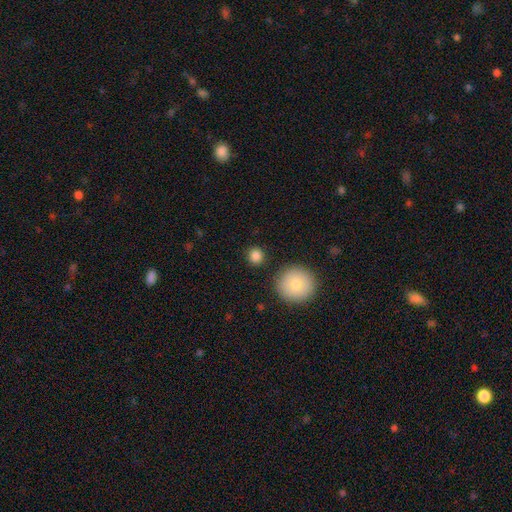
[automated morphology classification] Smooth or featured?
  - smooth: 84% *
  - star or artifact: 11%
  - featured or disk: 5%
How rounded?
  - round: 93% *
  - in between: 6%
  - cigar-shaped: 1%
Merging?
  - none: 88% *
  - minor disturbance: 6%
  - merger: 3%
  - major disturbance: 2%